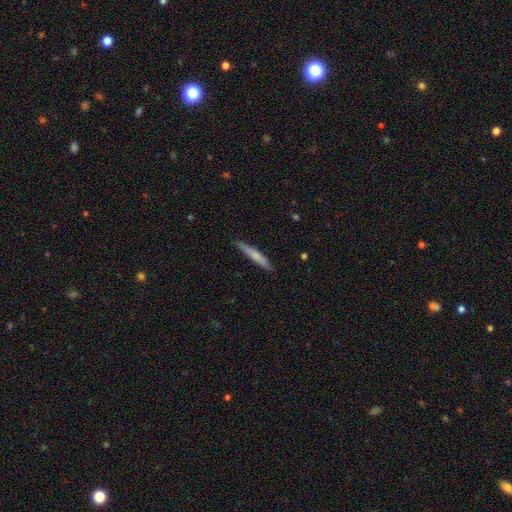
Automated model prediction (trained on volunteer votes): smooth_or_featured: smooth (p=0.62) [alt: featured or disk p=0.32]
how_rounded: cigar-shaped (p=0.95) [alt: in between p=0.04]
merging: none (p=0.89) [alt: minor disturbance p=0.08]